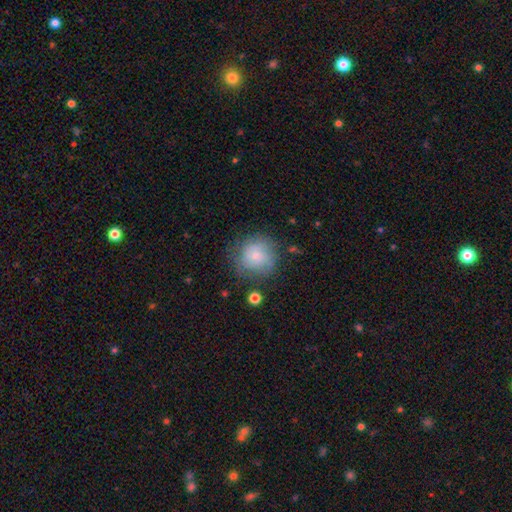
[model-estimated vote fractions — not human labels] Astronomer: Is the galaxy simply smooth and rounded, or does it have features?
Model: smooth — 67%.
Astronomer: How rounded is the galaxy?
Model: round — 91%.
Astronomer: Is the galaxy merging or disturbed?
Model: none — 68%.